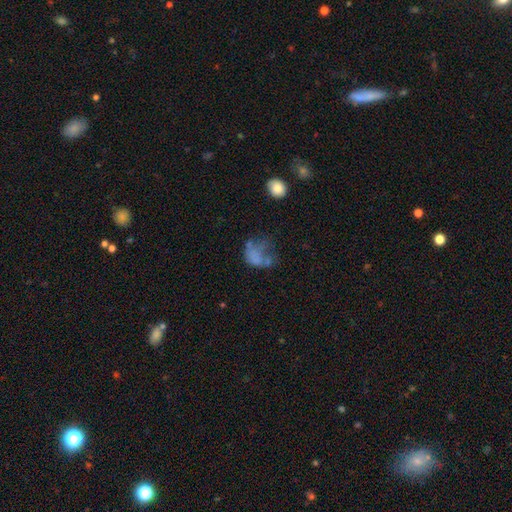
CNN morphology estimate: This is possibly a smooth galaxy (51%). How rounded: likely in between (65%). Merging: marginally major disturbance (42%).